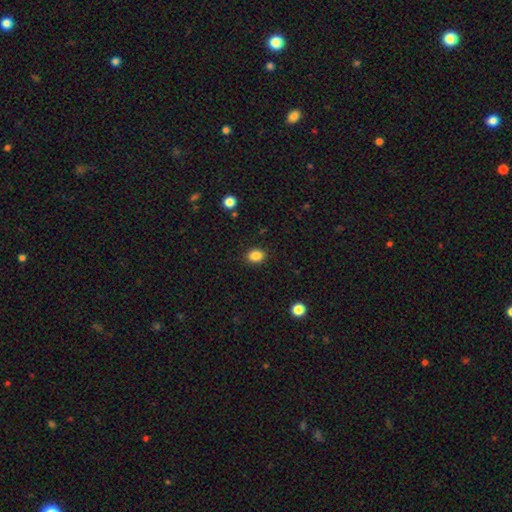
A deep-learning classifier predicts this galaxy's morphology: type=smooth (86%); roundness=round (52%); merging=none (89%).